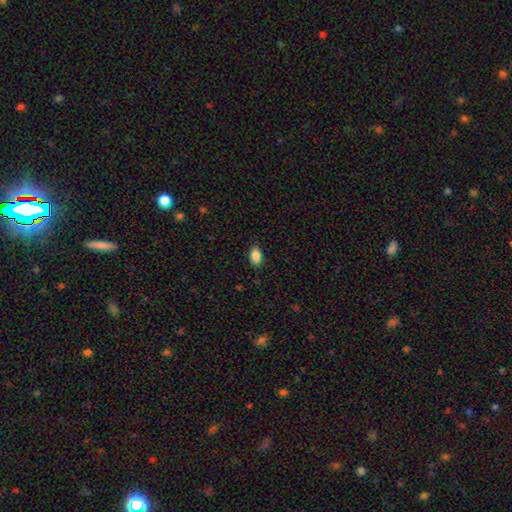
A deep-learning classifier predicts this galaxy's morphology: smooth 87%, star or artifact 8%, featured or disk 5%. Down the decision tree: how rounded — in between (89%); merging — none (86%).